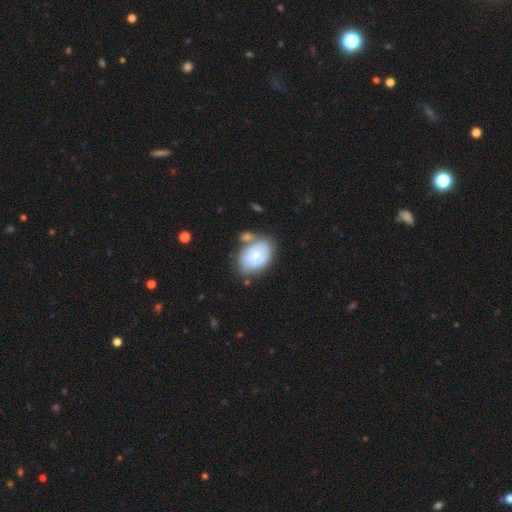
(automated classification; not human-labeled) smooth-or-featured: smooth: 50% | featured or disk: 44% | star or artifact: 7%
  merging: none: 51% | minor disturbance: 23% | merger: 17% | major disturbance: 8%